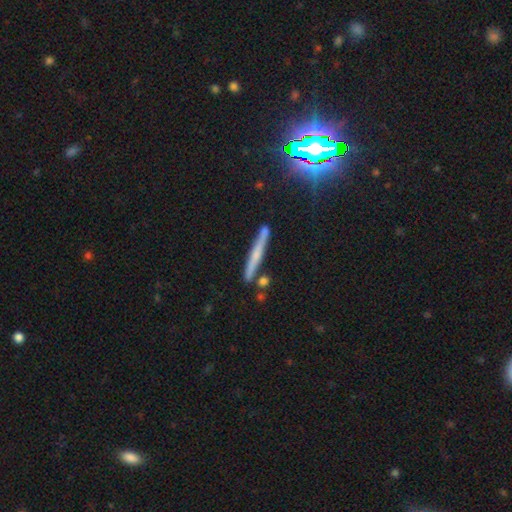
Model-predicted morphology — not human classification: type=featured or disk (47%); merging=none (81%).